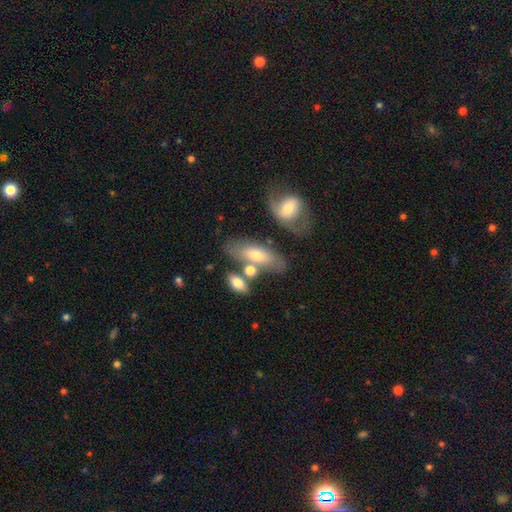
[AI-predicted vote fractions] This appears to be a smooth galaxy with no disk features (62%) that is in between round and cigar-shaped (75%). Merging: none (54%).